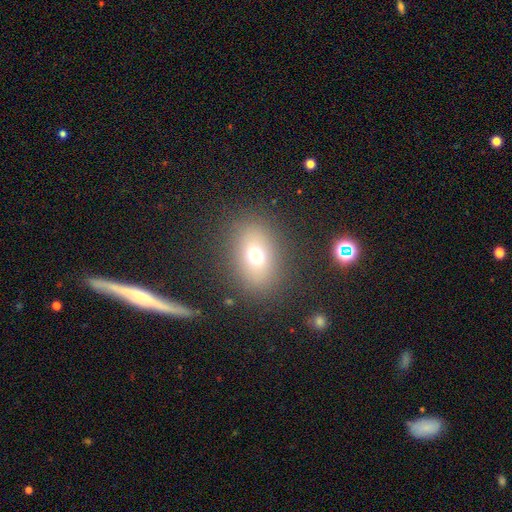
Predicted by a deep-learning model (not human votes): Smooth or featured?
  - smooth: 68% *
  - star or artifact: 17%
  - featured or disk: 15%
How rounded?
  - in between: 65% *
  - round: 34%
  - cigar-shaped: 2%
Merging?
  - none: 84% *
  - minor disturbance: 9%
  - major disturbance: 5%
  - merger: 2%